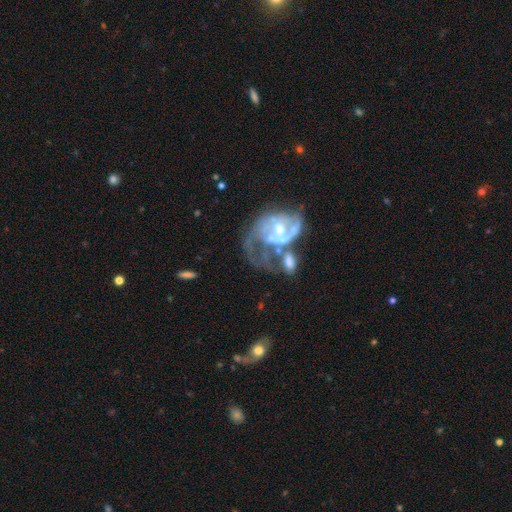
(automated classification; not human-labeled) Smooth or featured?
  - featured or disk: 78% *
  - smooth: 11%
  - star or artifact: 11%
Edge-on disk?
  - no: 97% *
  - yes: 3%
Bar?
  - no: 57% *
  - weak: 33%
  - strong: 11%
Spiral arms?
  - yes: 80% *
  - no: 20%
Spiral winding?
  - tight: 39% *
  - medium: 38%
  - loose: 23%
Spiral arm count?
  - 2: 43% *
  - can't tell: 26%
  - 1: 17%
  - 3: 7%
  - 4: 4%
  - more than 4: 4%
Bulge size?
  - small: 51% *
  - moderate: 39%
  - none: 5%
  - large: 3%
  - dominant: 2%
Merging?
  - merger: 44% *
  - none: 24%
  - major disturbance: 20%
  - minor disturbance: 12%